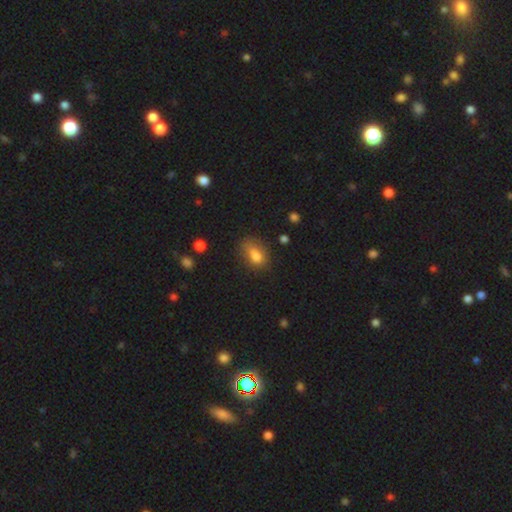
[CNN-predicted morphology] The model was most divided on "merging": none: 47%, minor disturbance: 28%, major disturbance: 17%, merger: 9%. More confident: how rounded — in between (78%); smooth or featured — smooth (75%).